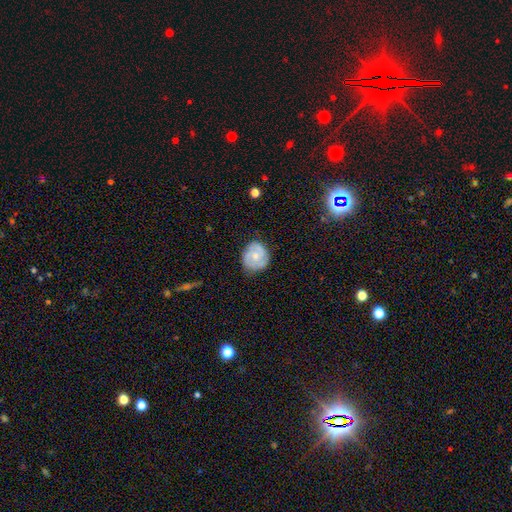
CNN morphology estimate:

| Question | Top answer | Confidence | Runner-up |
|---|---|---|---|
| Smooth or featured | featured or disk | 51% | smooth (43%) |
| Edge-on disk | no | 97% | yes (3%) |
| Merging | none | 72% | minor disturbance (22%) |